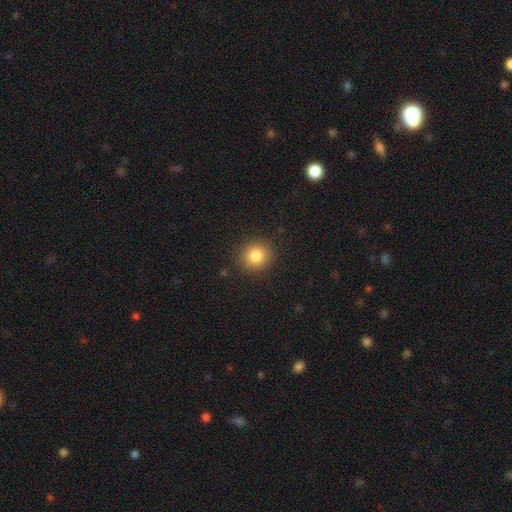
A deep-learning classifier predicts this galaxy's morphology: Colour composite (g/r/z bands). It shows a smooth galaxy with no disk features (84%) that is round (89%). Merging: none (90%).